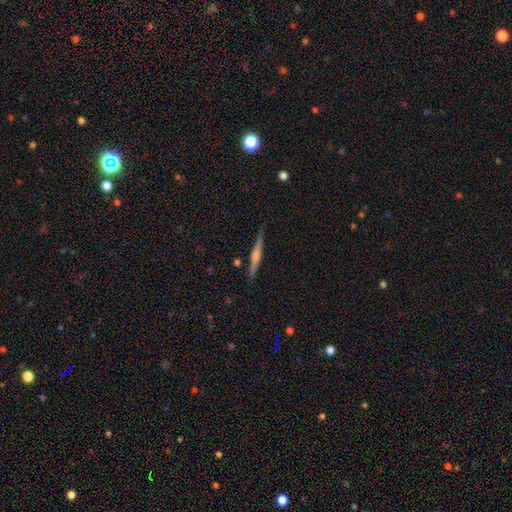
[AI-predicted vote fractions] This is likely a featured or disk galaxy (71%). It is clearly viewed edge-on (98%). Edge-on bulge: likely rounded (65%). Merging: clearly none (90%).